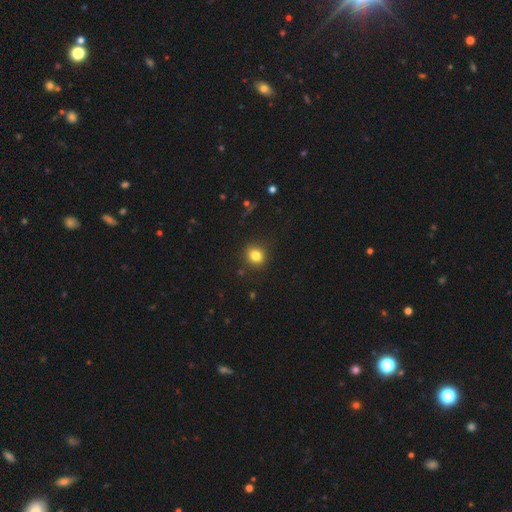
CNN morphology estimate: smooth_or_featured: smooth (p=0.82) [alt: star or artifact p=0.12]
how_rounded: round (p=0.72) [alt: in between p=0.27]
merging: none (p=0.88) [alt: minor disturbance p=0.08]